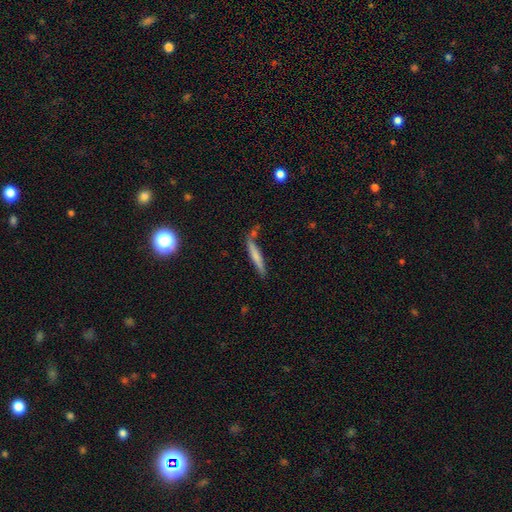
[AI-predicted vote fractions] This is likely a smooth galaxy (66%). How rounded: clearly cigar-shaped (93%). Merging: likely none (70%).